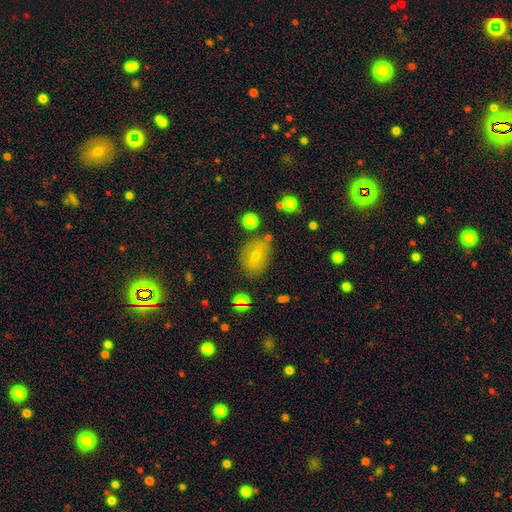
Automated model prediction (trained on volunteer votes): smooth 57%, featured or disk 28%, star or artifact 16%. Down the decision tree: how rounded — in between (66%); merging — none (76%).